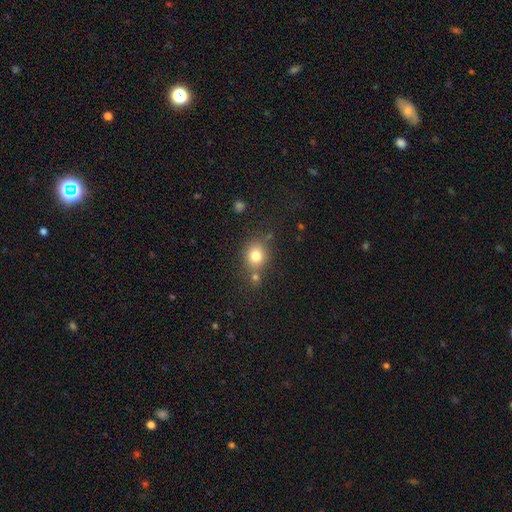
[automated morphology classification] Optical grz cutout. It shows a smooth galaxy with no disk features (79%) that is round (72%). Merging: none (65%).